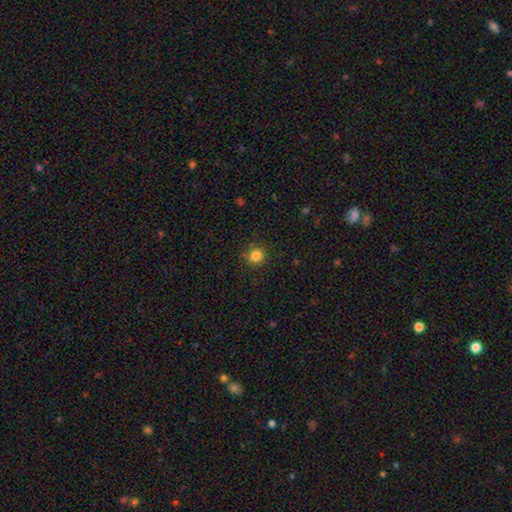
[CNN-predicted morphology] Smooth or featured?
  - smooth: 83% *
  - star or artifact: 13%
  - featured or disk: 5%
How rounded?
  - round: 91% *
  - in between: 8%
  - cigar-shaped: 1%
Merging?
  - none: 85% *
  - minor disturbance: 9%
  - major disturbance: 3%
  - merger: 3%